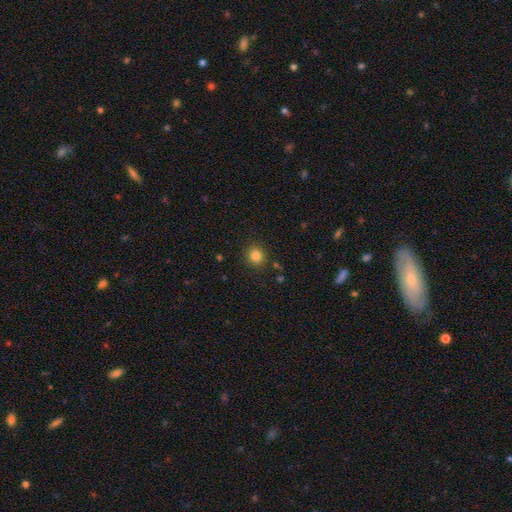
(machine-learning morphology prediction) Smooth or featured? Predicted: smooth (p=0.83). How rounded? Predicted: round (p=0.86). Merging? Predicted: none (p=0.89).